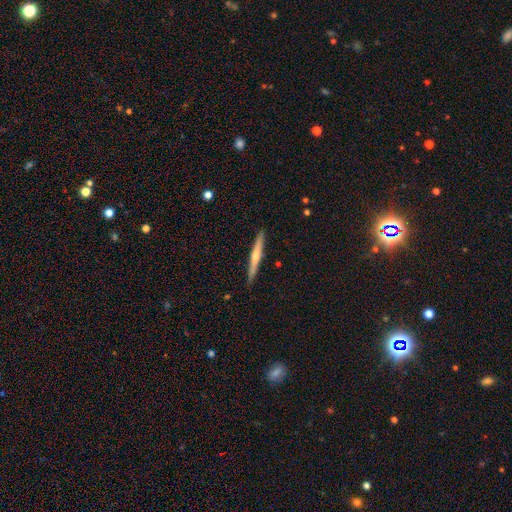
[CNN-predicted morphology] The model was most divided on "smooth or featured": featured or disk: 56%, smooth: 38%, star or artifact: 6%. More confident: edge-on disk — yes (97%); merging — none (90%); edge-on bulge — rounded (73%).